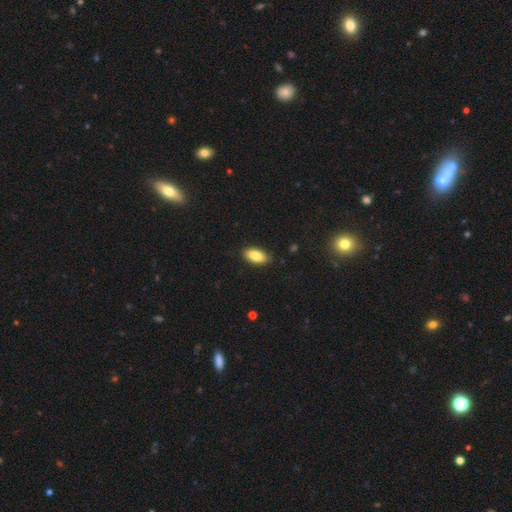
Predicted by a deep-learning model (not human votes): smooth-or-featured: smooth: 85% | featured or disk: 8% | star or artifact: 7%
  how-rounded: in between: 92% | cigar-shaped: 5% | round: 3%
  merging: none: 86% | minor disturbance: 11% | major disturbance: 2% | merger: 1%